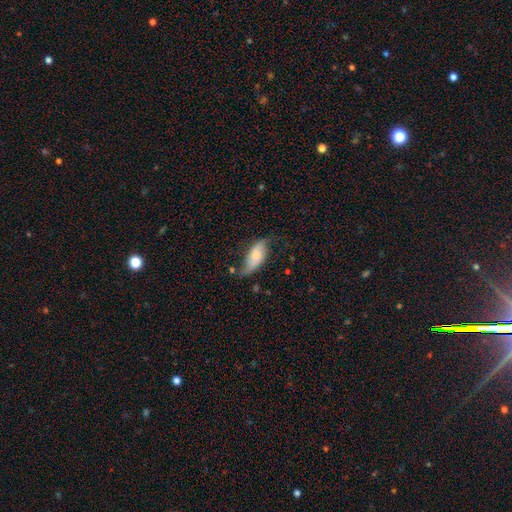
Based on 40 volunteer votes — Volunteers were most divided on "merging": minor disturbance: 49%, none: 44%, major disturbance: 5%, merger: 3%. More confident: edge-on disk — no (100%); spiral arm count — 2 (90%); spiral arms — yes (87%); spiral winding — loose (75%); bar — no (74%); smooth or featured — featured or disk (57%); bulge size — small (52%).